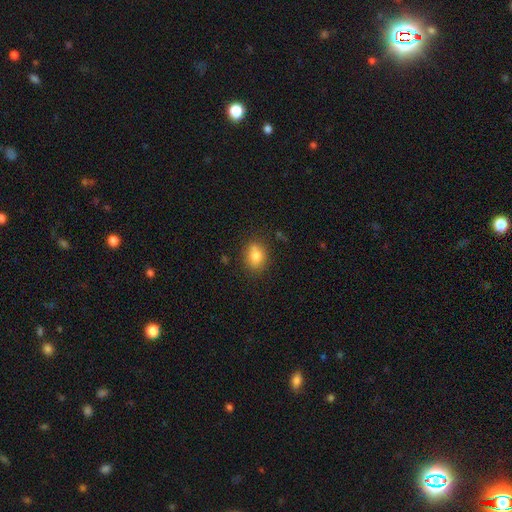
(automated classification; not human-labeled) Morphology: type=smooth (78%); roundness=in between (54%); merging=none (75%).